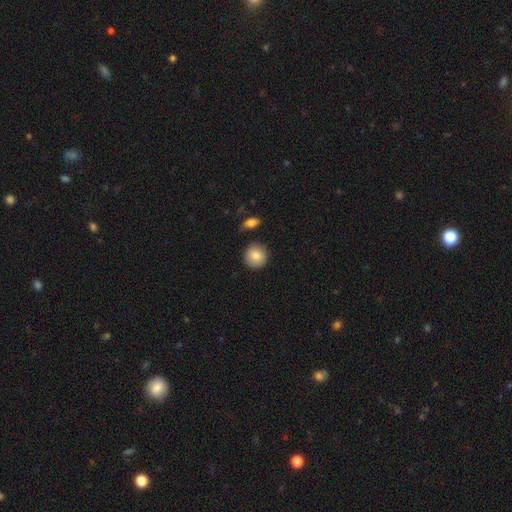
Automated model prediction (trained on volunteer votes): smooth 84%, featured or disk 9%, star or artifact 8%. Down the decision tree: how rounded — round (91%); merging — none (86%).